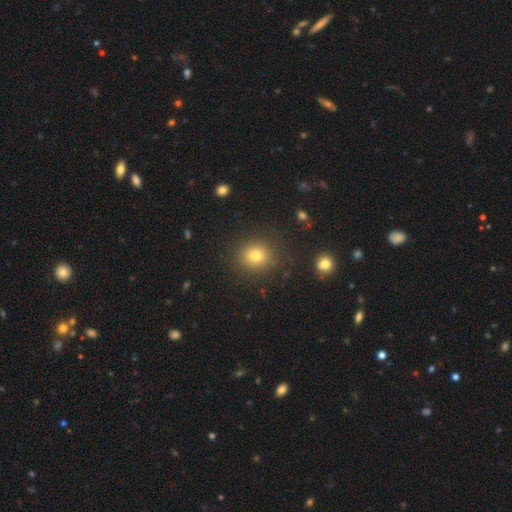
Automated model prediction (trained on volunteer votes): smooth-or-featured: smooth: 78% | star or artifact: 15% | featured or disk: 7%
  how-rounded: round: 86% | in between: 13% | cigar-shaped: 1%
  merging: none: 88% | minor disturbance: 7% | major disturbance: 3% | merger: 2%